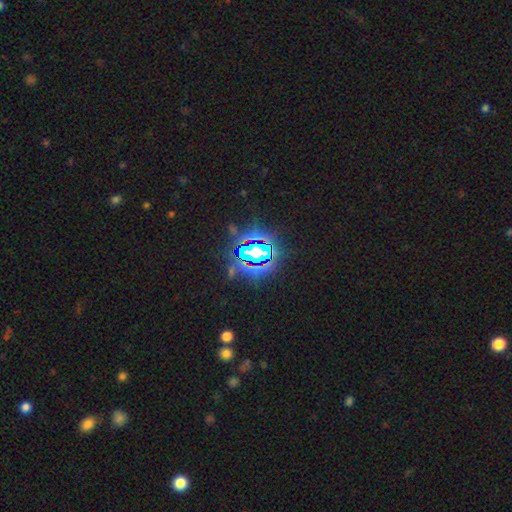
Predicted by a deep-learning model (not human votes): A star or artifact, not a galaxy (82%).